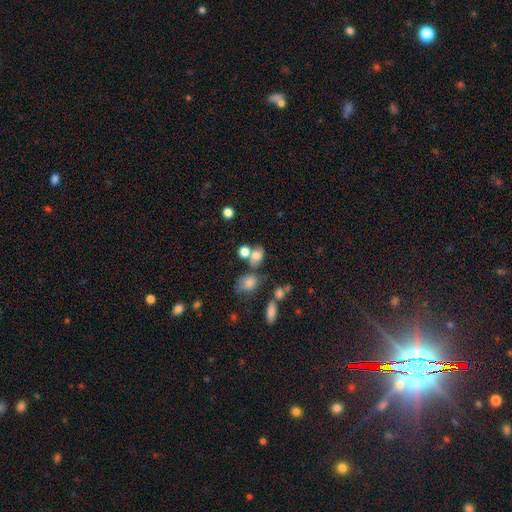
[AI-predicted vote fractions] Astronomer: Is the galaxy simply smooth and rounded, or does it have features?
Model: smooth — 73%.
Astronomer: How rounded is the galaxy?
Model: in between — 54% (runner-up: round, 44%).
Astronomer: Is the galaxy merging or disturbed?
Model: none — 41% (runner-up: merger, 35%).